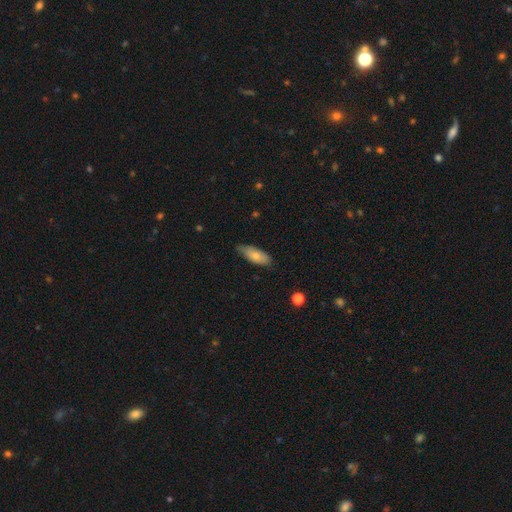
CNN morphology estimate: This appears to be a smooth galaxy with no disk features (75%) that is in between round and cigar-shaped (77%). Merging: none (69%).